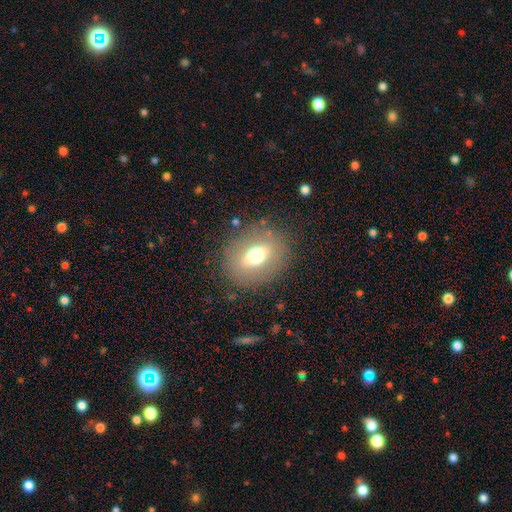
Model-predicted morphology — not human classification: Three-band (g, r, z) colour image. It shows a smooth galaxy with no disk features (55%) that is round (50%). Merging: none (83%).